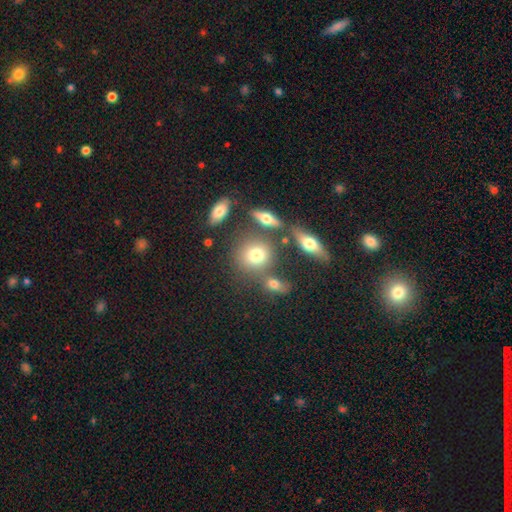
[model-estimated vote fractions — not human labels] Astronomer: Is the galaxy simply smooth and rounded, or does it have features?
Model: smooth — 71%.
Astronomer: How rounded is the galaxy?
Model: round — 69%.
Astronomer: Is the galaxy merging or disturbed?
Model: none — 64%.